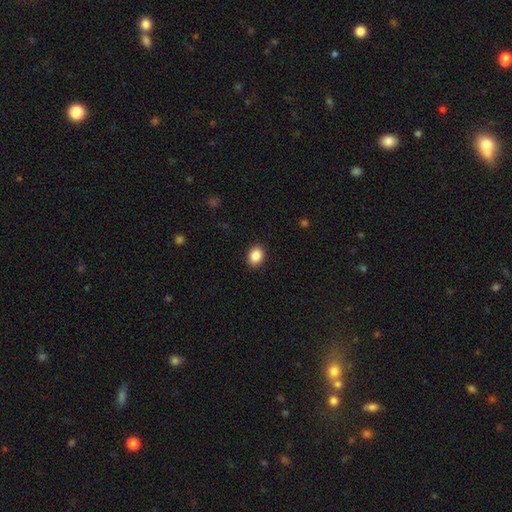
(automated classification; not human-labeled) smooth_or_featured: smooth (p=0.87) [alt: star or artifact p=0.09]
how_rounded: in between (p=0.56) [alt: round p=0.44]
merging: none (p=0.90) [alt: minor disturbance p=0.07]